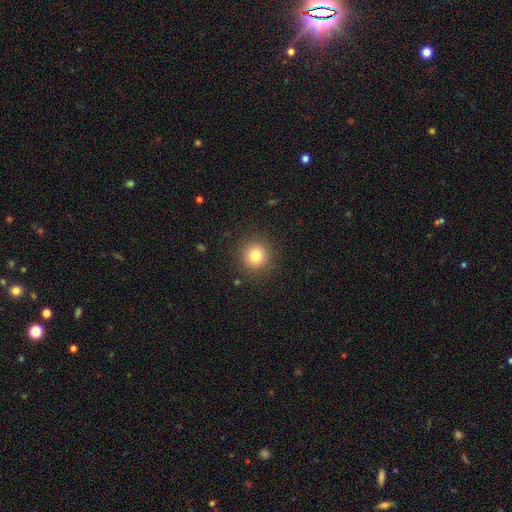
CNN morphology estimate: Smooth or featured: smooth — 80% (star or artifact — 12%)
How rounded: round — 94% (in between — 6%)
Merging: none — 90% (minor disturbance — 7%)